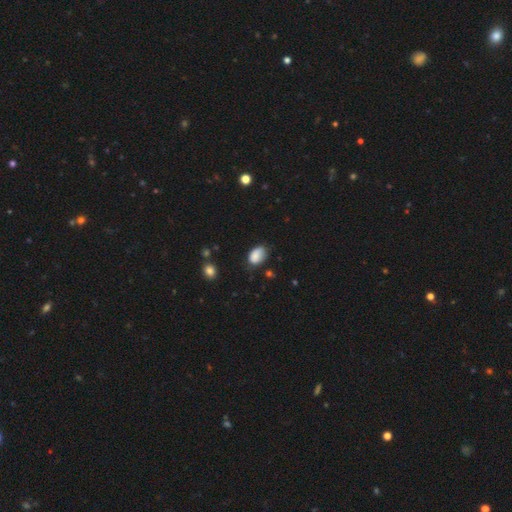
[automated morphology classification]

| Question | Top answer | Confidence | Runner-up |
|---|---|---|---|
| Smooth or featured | smooth | 85% | star or artifact (8%) |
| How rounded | in between | 87% | round (11%) |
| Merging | none | 60% | minor disturbance (31%) |